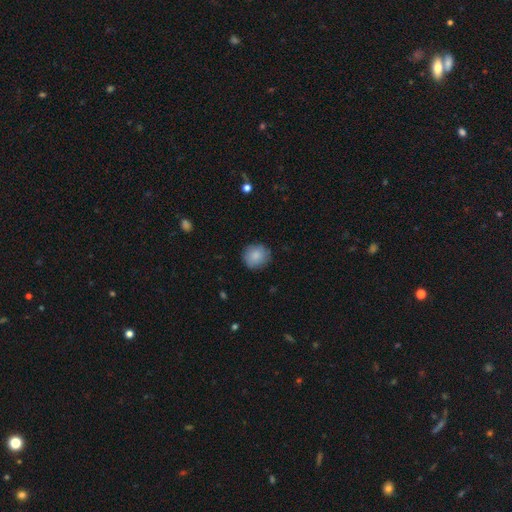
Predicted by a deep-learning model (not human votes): This is clearly a smooth galaxy (86%). How rounded: clearly round (90%). Merging: clearly none (85%).